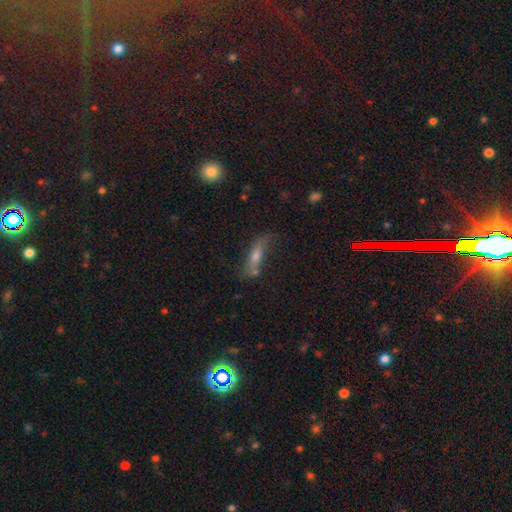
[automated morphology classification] Q: Smooth or featured?
A: smooth (51%); runner-up: featured or disk (40%)
Q: How rounded?
A: cigar-shaped (63%); runner-up: in between (33%)
Q: Merging?
A: none (51%); runner-up: minor disturbance (24%)